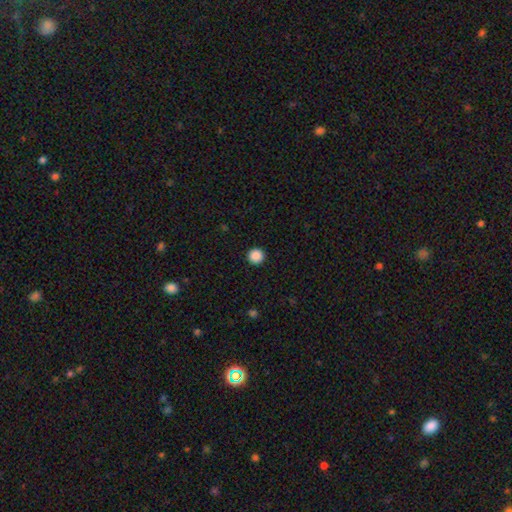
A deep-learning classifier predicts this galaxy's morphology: This is clearly a smooth galaxy (88%). How rounded: clearly round (96%). Merging: clearly none (93%).